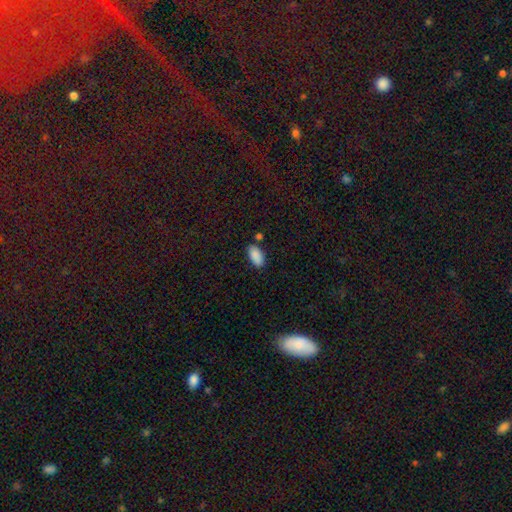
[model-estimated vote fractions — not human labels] Smooth or featured: smooth — 89% (star or artifact — 7%)
How rounded: in between — 93% (cigar-shaped — 4%)
Merging: none — 76% (minor disturbance — 14%)